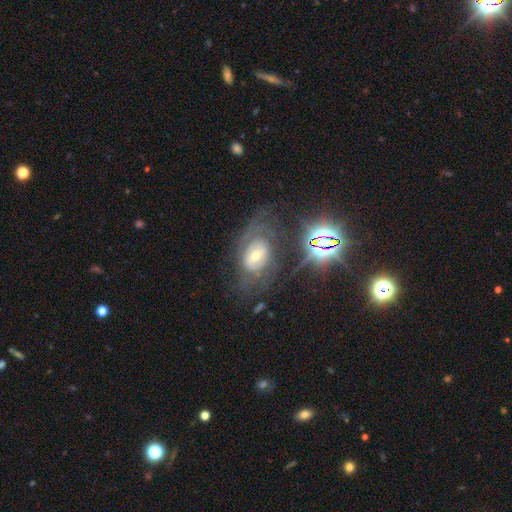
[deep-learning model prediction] smooth-or-featured: featured or disk: 60% | star or artifact: 20% | smooth: 20%
  disk-edge-on: no: 92% | yes: 8%
    bar: no: 46% | weak: 36% | strong: 18%
    has-spiral-arms: yes: 64% | no: 36%
    bulge-size: moderate: 54% | small: 37% | large: 6% | none: 2% | dominant: 1%
  merging: none: 52% | major disturbance: 25% | minor disturbance: 20% | merger: 3%